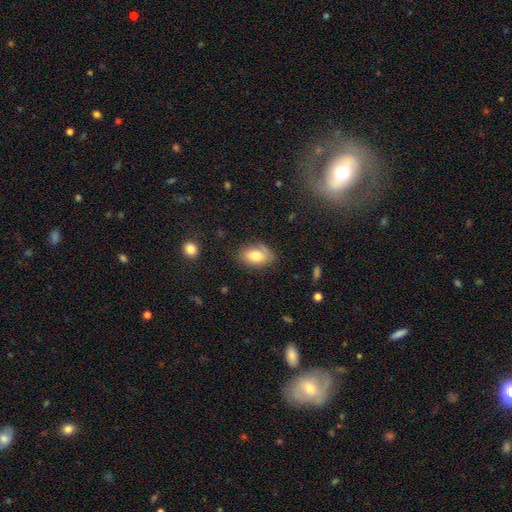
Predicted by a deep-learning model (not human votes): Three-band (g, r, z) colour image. It shows a smooth galaxy with no disk features (75%) that is in between round and cigar-shaped (89%). Merging: none (70%).